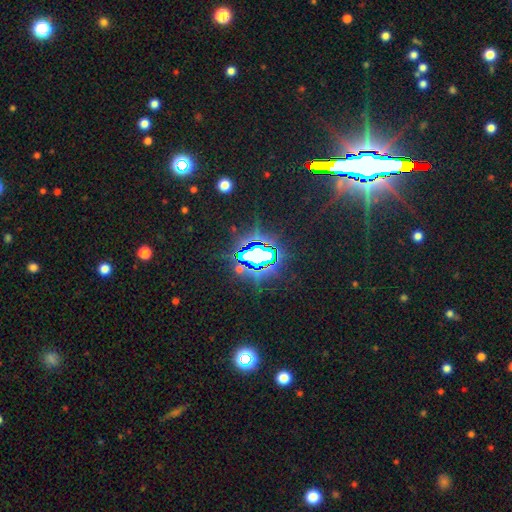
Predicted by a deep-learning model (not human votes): The model was most divided on "smooth or featured": star or artifact: 80%, smooth: 11%, featured or disk: 10%.